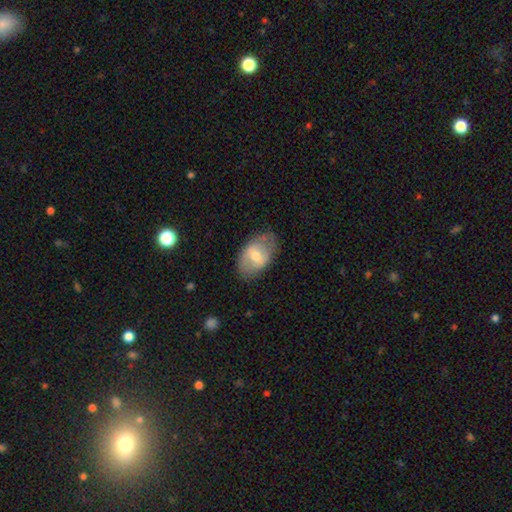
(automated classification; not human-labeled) Smooth or featured?
  - smooth: 53% *
  - featured or disk: 41%
  - star or artifact: 6%
How rounded?
  - in between: 88% *
  - round: 10%
  - cigar-shaped: 1%
Merging?
  - none: 72% *
  - minor disturbance: 20%
  - major disturbance: 6%
  - merger: 1%